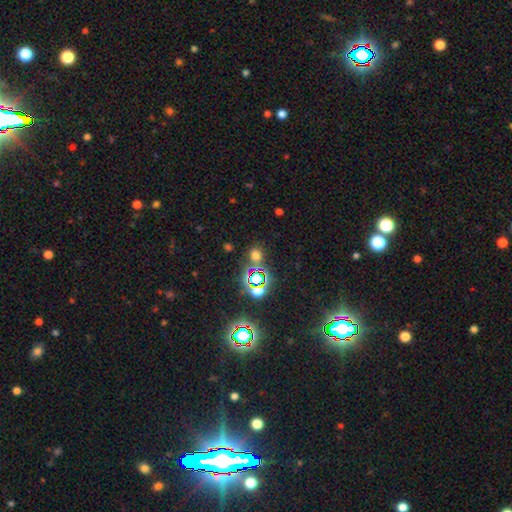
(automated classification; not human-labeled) smooth-or-featured: smooth: 53% | star or artifact: 41% | featured or disk: 6%
  how-rounded: round: 80% | in between: 18% | cigar-shaped: 1%
  merging: none: 74% | merger: 11% | minor disturbance: 10% | major disturbance: 5%